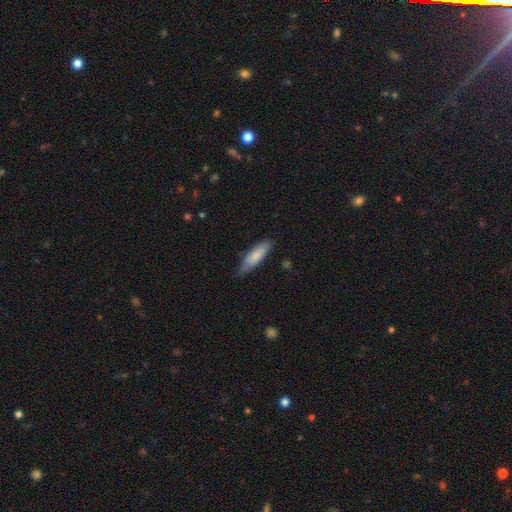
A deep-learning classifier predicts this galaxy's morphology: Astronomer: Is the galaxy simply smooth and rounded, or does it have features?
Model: smooth — 80%.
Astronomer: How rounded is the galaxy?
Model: cigar-shaped — 60% (runner-up: in between, 38%).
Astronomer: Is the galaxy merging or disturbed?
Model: none — 70%.